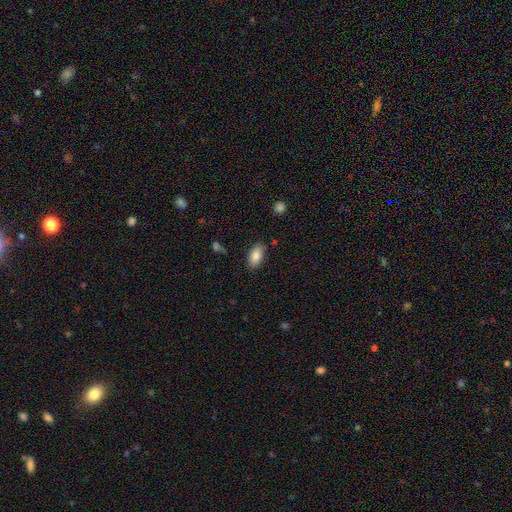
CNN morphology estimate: The model was most divided on "merging": none: 84%, minor disturbance: 12%, major disturbance: 3%, merger: 2%. More confident: how rounded — in between (93%); smooth or featured — smooth (85%).